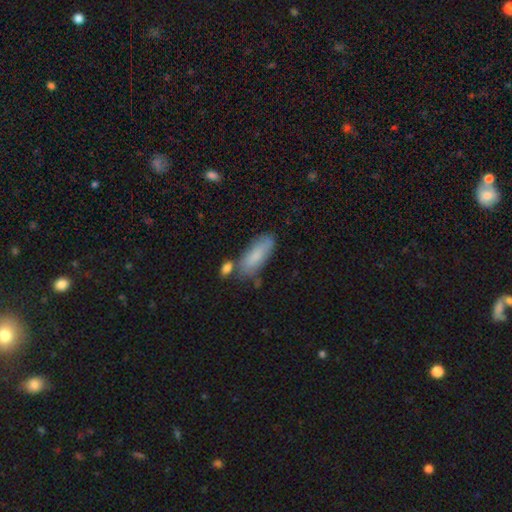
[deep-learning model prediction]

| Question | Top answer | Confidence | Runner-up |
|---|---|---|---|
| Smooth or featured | smooth | 81% | featured or disk (13%) |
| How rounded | in between | 67% | cigar-shaped (31%) |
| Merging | none | 64% | minor disturbance (20%) |